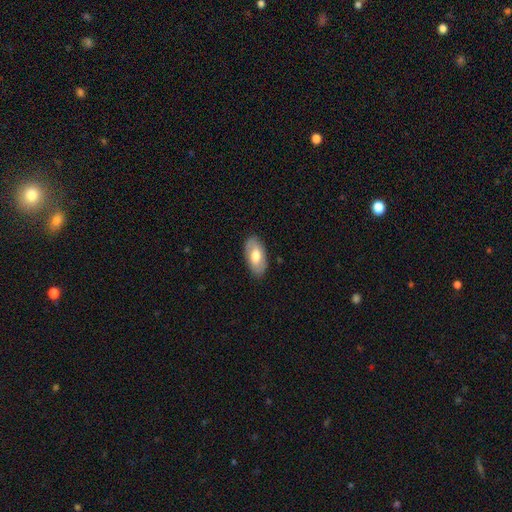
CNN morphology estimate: This appears to be a smooth galaxy with no disk features (64%) that is in between round and cigar-shaped (94%). Merging: none (85%).